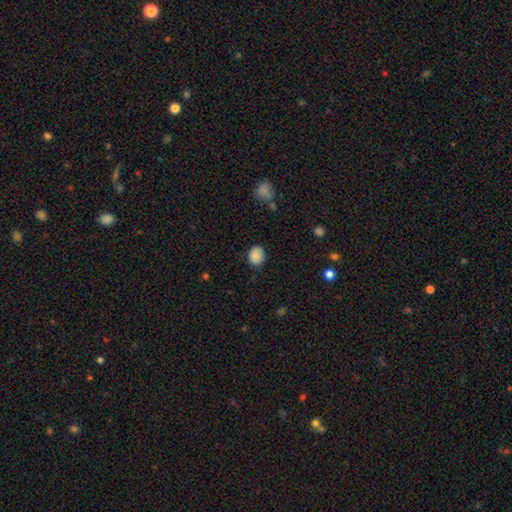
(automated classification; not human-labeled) A smooth galaxy with no disk features (87%) that is round (55%). Merging: none (82%).